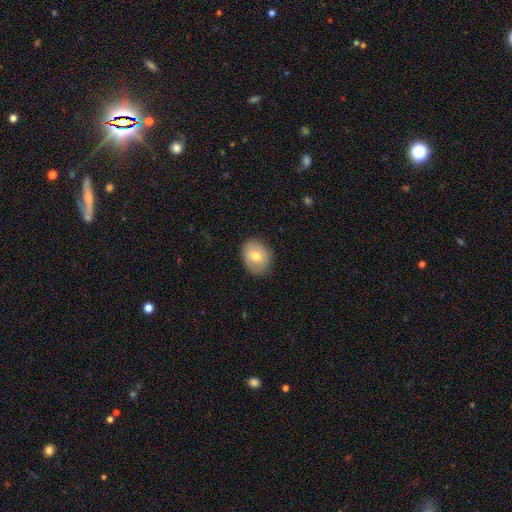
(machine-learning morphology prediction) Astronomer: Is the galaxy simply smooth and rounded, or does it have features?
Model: smooth — 72%.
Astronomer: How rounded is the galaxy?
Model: round — 55% (runner-up: in between, 44%).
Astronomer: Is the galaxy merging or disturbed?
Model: none — 83%.